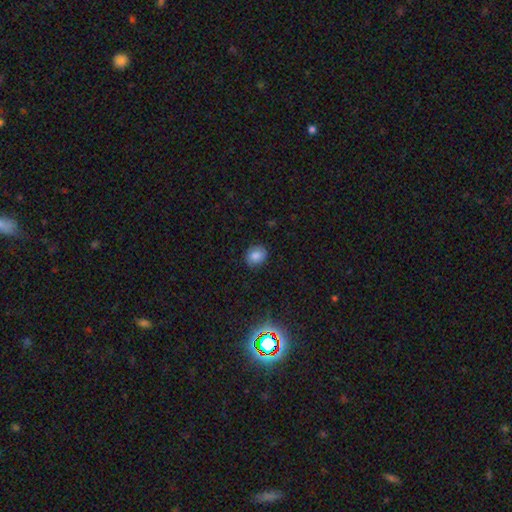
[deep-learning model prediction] smooth 82%, star or artifact 11%, featured or disk 7%. Down the decision tree: how rounded — round (63%); merging — none (84%).